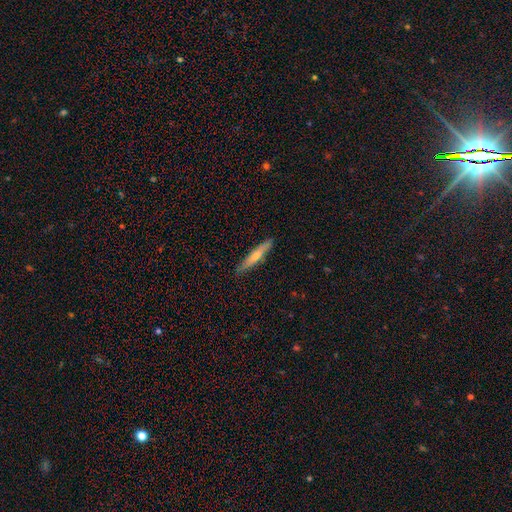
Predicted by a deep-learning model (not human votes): A featured or disk galaxy (48%). Merging: none (89%).